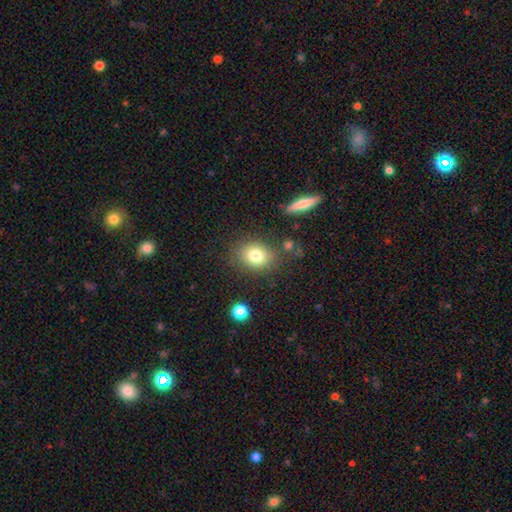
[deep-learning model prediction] This appears to be a smooth galaxy with no disk features (79%) that is round (52%). Merging: none (79%).